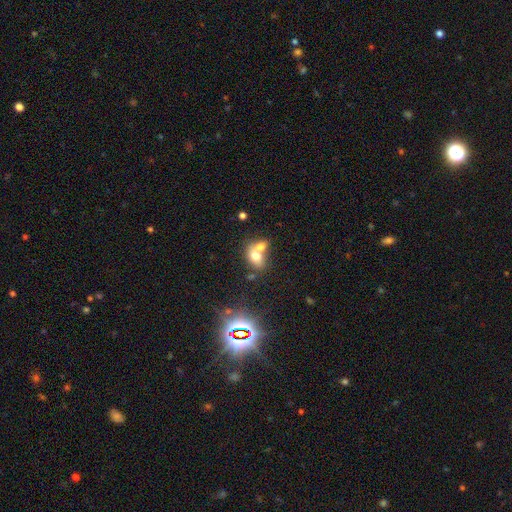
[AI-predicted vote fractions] This appears to be a smooth galaxy with no disk features (69%) that is in between round and cigar-shaped (73%). Merging: merger (64%).